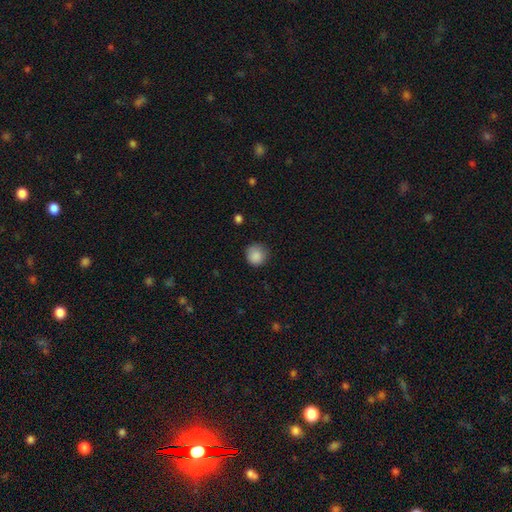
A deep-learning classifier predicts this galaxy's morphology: smooth-or-featured: smooth: 87% | star or artifact: 9% | featured or disk: 4%
  how-rounded: round: 92% | in between: 7% | cigar-shaped: 1%
  merging: none: 78% | minor disturbance: 17% | major disturbance: 4% | merger: 1%